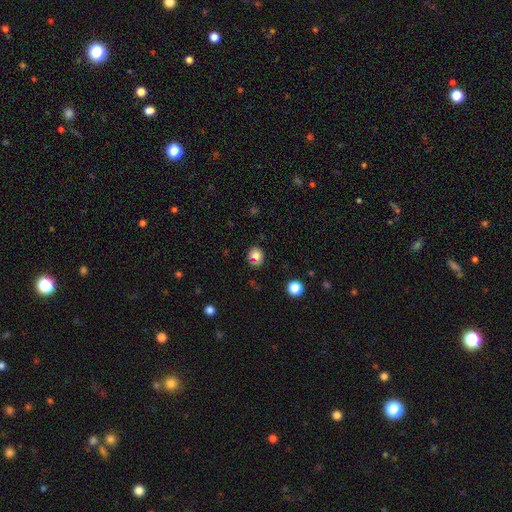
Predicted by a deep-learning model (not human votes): The model was most divided on "how rounded": round: 71%, in between: 28%, cigar-shaped: 1%. More confident: smooth or featured — smooth (79%); merging — none (74%).